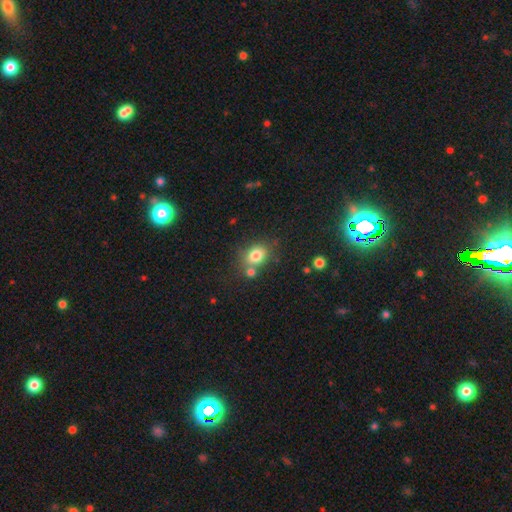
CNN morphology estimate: Smooth or featured: smooth — 79% (star or artifact — 11%)
How rounded: in between — 50% (round — 49%)
Merging: none — 61% (merger — 21%)